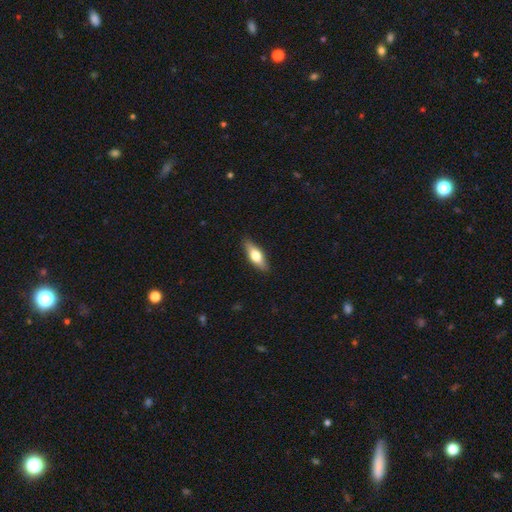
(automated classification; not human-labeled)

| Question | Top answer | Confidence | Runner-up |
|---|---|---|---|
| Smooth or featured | smooth | 60% | featured or disk (35%) |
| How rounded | in between | 58% | cigar-shaped (39%) |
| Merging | none | 87% | minor disturbance (10%) |